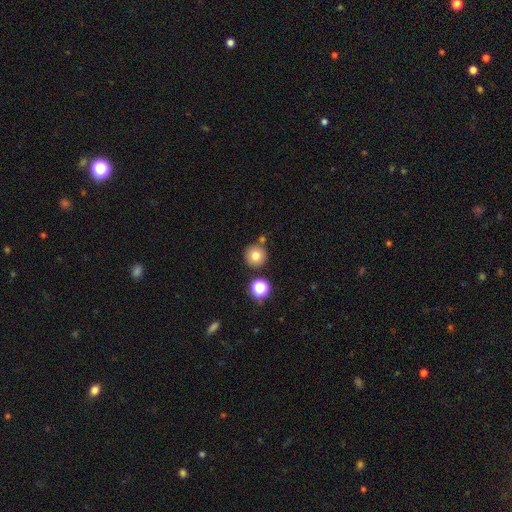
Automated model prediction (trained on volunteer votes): Smooth or featured: smooth — 77% (star or artifact — 14%)
How rounded: round — 95% (in between — 4%)
Merging: none — 80% (merger — 9%)